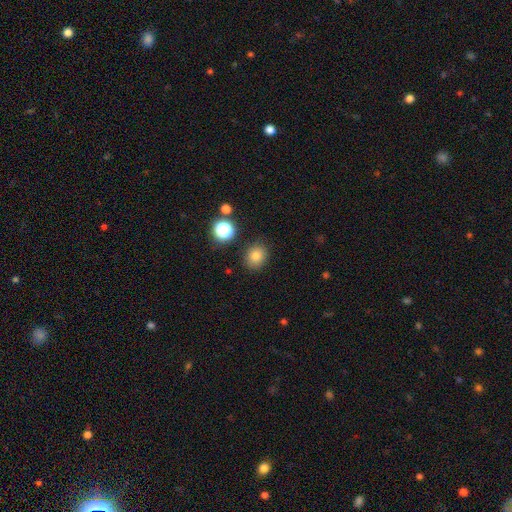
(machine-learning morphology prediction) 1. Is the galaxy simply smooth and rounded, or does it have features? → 79% smooth, 14% star or artifact, 6% featured or disk.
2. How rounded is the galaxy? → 68% round, 31% in between, 1% cigar-shaped.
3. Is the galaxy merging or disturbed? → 85% none, 9% minor disturbance, 3% major disturbance, 2% merger.